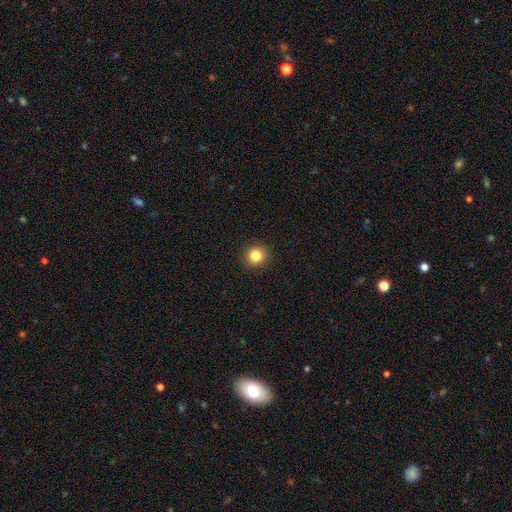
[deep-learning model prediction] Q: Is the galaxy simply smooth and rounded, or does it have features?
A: smooth — 83%.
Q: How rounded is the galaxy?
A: round — 93%.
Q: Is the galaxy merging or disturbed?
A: none — 93%.